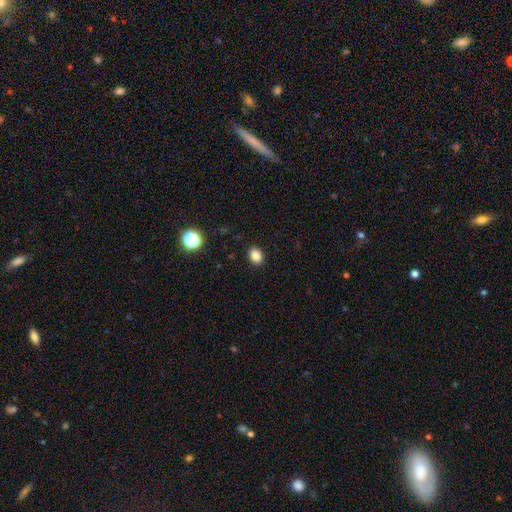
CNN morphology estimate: Overall: smooth (84%). How rounded: in between (50%; round 49%). Merging: none (90%).